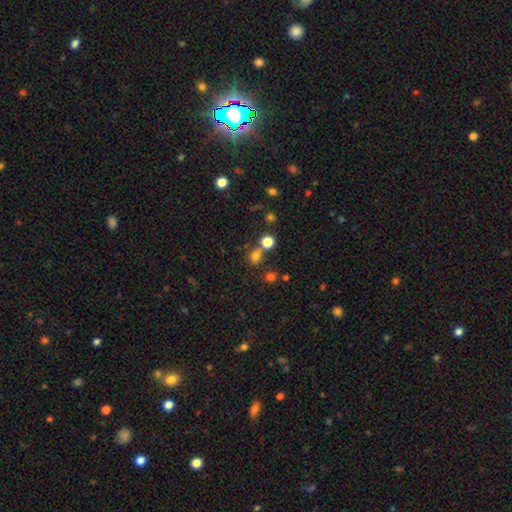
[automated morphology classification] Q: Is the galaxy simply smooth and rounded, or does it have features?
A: smooth — 71%.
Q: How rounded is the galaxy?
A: round — 79%.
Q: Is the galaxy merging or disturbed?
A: none — 65%.